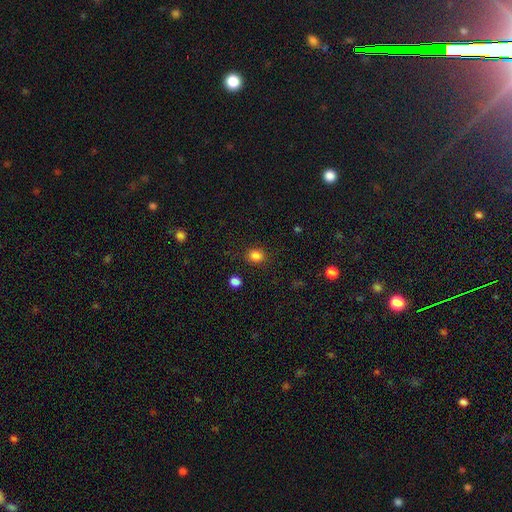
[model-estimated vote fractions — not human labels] Smooth or featured? Predicted: smooth (p=0.84). How rounded? Predicted: round (p=0.68). Merging? Predicted: none (p=0.86).